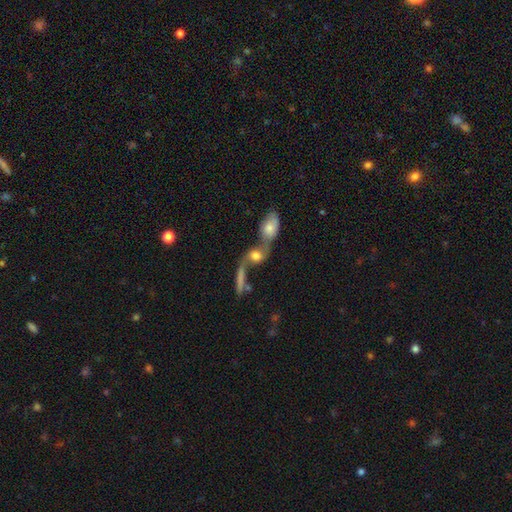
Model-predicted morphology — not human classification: A smooth galaxy with no disk features (50%).

Vote fractions:
- Smooth or featured? smooth: 50% / featured or disk: 39% / star or artifact: 11%
- Merging? merger: 74% / none: 14% / major disturbance: 6% / minor disturbance: 5%